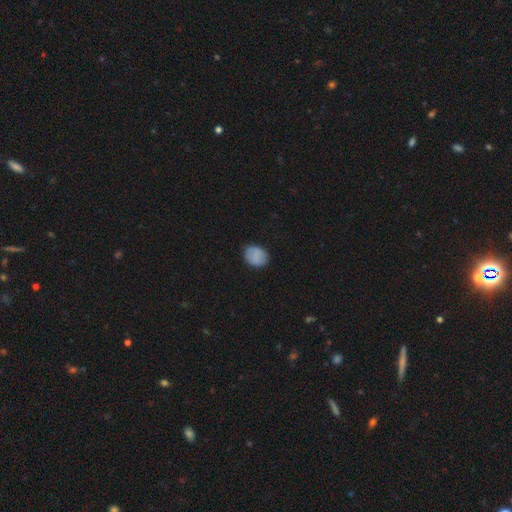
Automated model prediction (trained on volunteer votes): Morphology: type=smooth (82%); roundness=in between (58%); merging=none (84%).